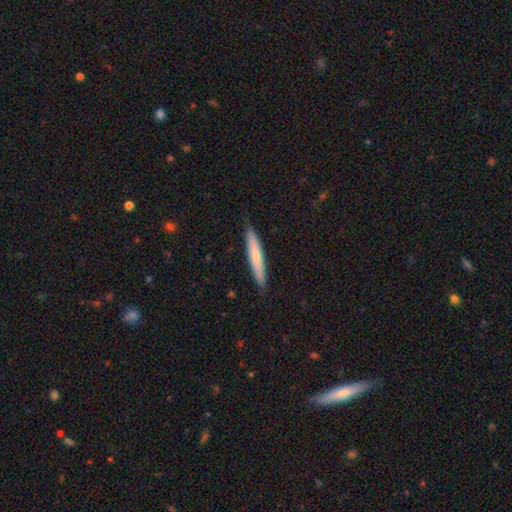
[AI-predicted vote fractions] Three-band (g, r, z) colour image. It shows a smooth galaxy with no disk features (67%) that is cigar-shaped (94%). Merging: none (88%).